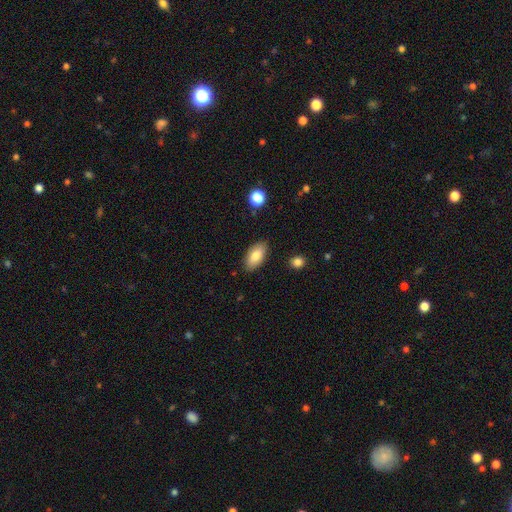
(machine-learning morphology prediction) A smooth galaxy with no disk features (82%) that is in between round and cigar-shaped (92%). Merging: none (86%).